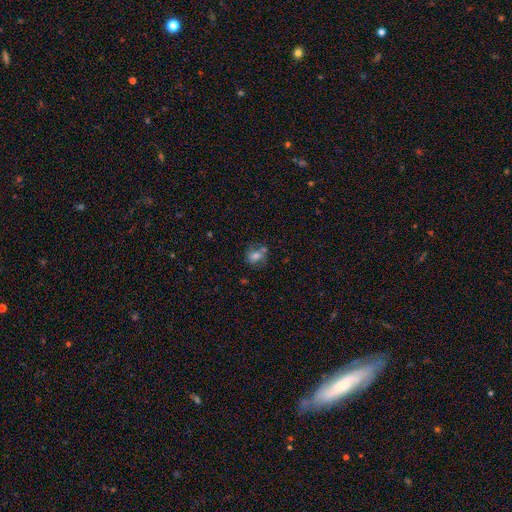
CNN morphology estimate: smooth 67%, featured or disk 20%, star or artifact 13%. Down the decision tree: how rounded — round (60%); merging — none (51%).